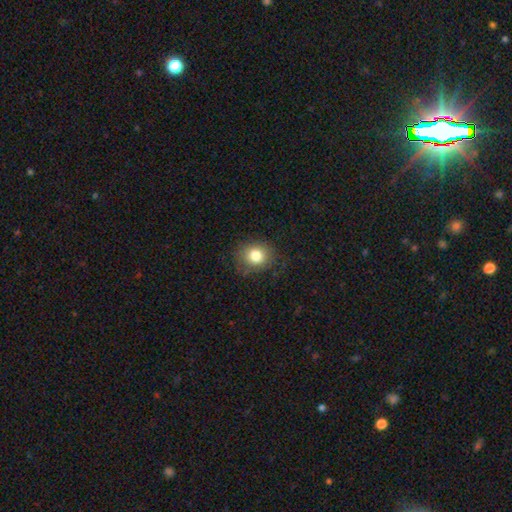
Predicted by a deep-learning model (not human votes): Smooth or featured? smooth (81%)
How rounded? round (72%)
Merging? none (81%)